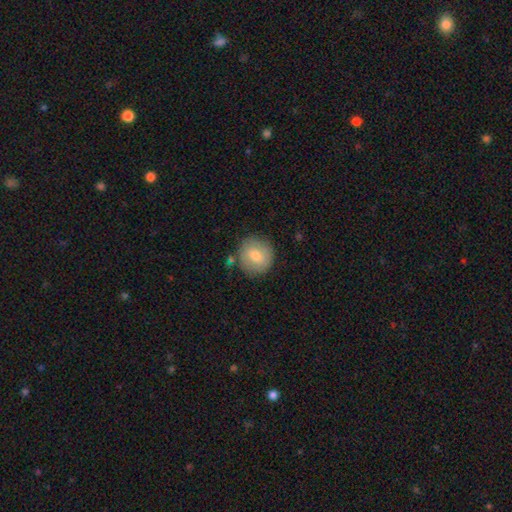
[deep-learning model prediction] Smooth or featured? smooth (75%)
How rounded? round (93%)
Merging? none (82%)